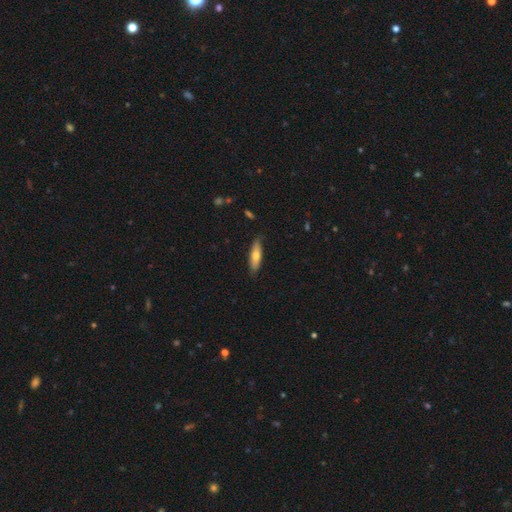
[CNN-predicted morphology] This is likely a smooth galaxy (67%). How rounded: possibly cigar-shaped (59%). Merging: clearly none (82%).